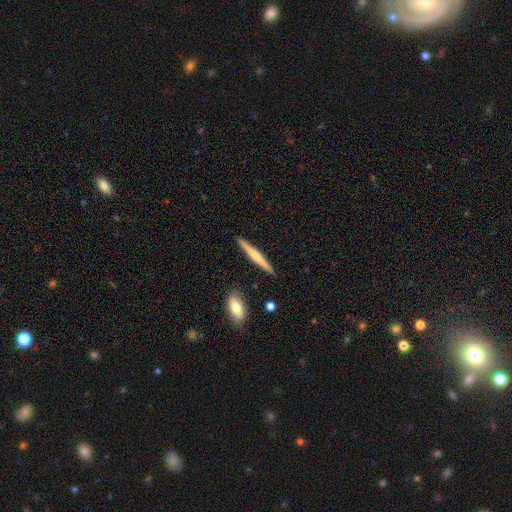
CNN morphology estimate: A featured or disk galaxy (52%) viewed edge-on (97%) with a rounded central bulge (53%). Merging: none (90%).